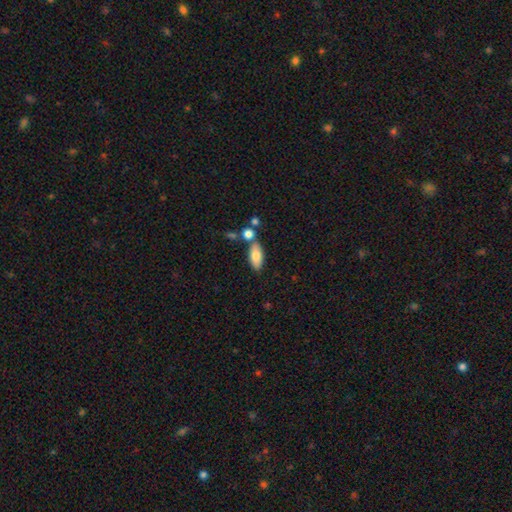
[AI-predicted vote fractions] Morphology: type=smooth (79%); roundness=in between (86%); merging=none (66%).